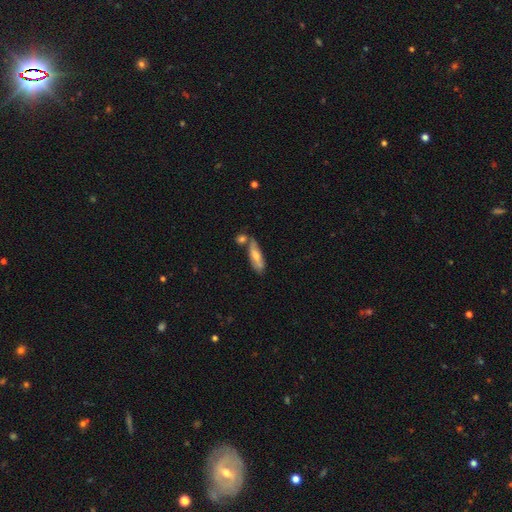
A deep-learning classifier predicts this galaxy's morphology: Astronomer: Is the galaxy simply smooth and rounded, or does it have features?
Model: smooth — 56% (runner-up: featured or disk, 38%).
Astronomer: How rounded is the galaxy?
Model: in between — 52% (runner-up: cigar-shaped, 46%).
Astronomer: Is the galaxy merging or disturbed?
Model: none — 53%.